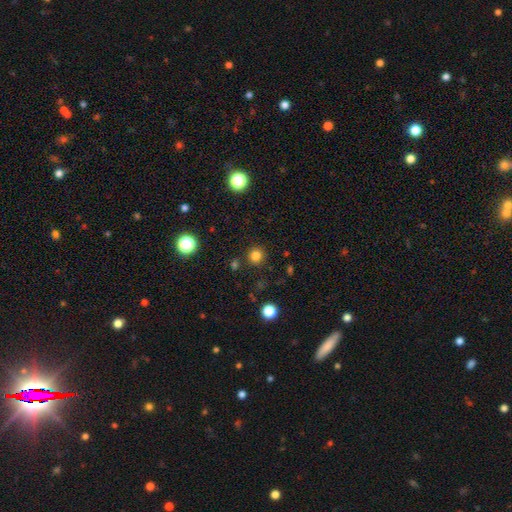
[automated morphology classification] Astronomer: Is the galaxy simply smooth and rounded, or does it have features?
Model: smooth — 80%.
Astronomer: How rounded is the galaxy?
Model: round — 94%.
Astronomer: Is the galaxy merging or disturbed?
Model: none — 89%.